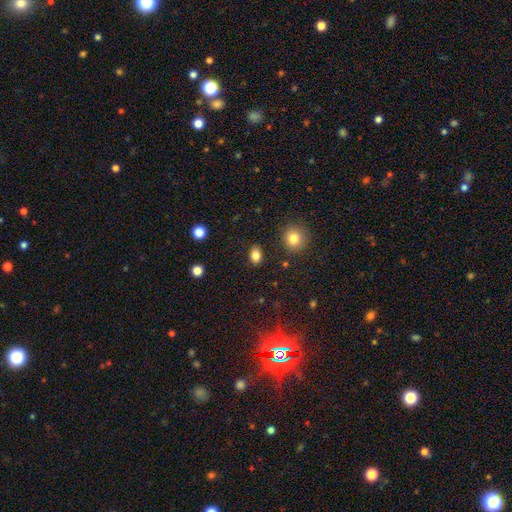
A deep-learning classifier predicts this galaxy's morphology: smooth 83%, star or artifact 10%, featured or disk 7%. Down the decision tree: how rounded — in between (71%); merging — none (86%).